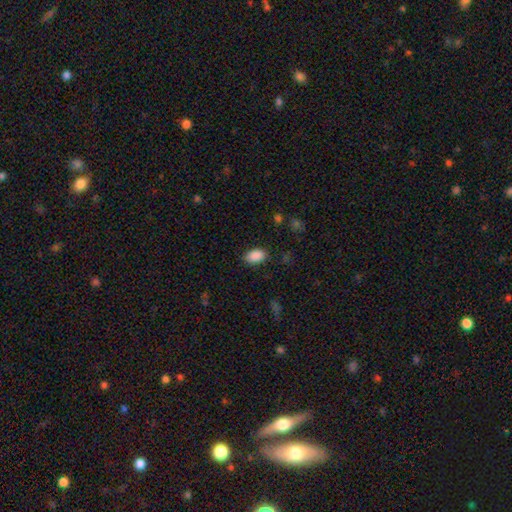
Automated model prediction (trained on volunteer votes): Smooth or featured? smooth (89%)
How rounded? in between (90%)
Merging? none (84%)